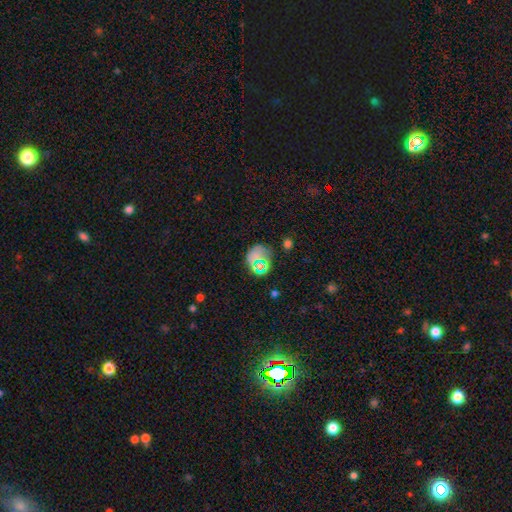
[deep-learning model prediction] Smooth or featured? smooth (60%)
How rounded? round (71%)
Merging? none (68%)